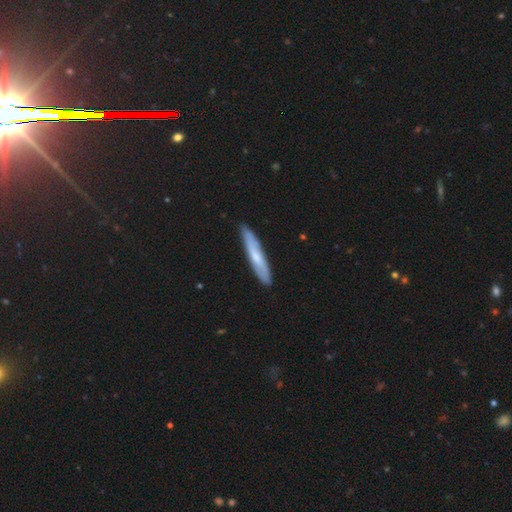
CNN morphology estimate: smooth-or-featured: smooth: 53% | featured or disk: 41% | star or artifact: 6%
  how-rounded: cigar-shaped: 91% | in between: 7% | round: 1%
  merging: none: 88% | minor disturbance: 9% | major disturbance: 2% | merger: 1%